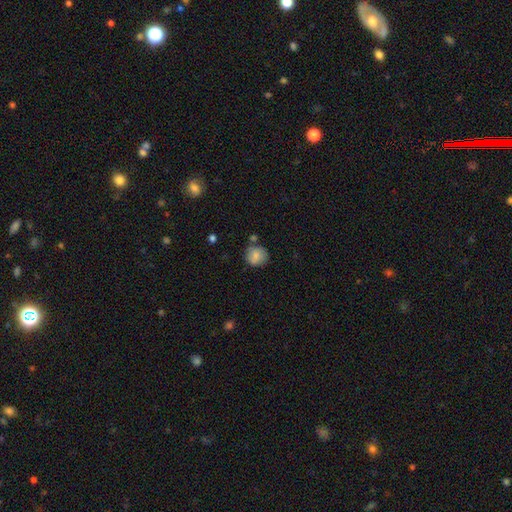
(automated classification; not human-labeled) Morphology: type=smooth (78%); roundness=round (85%); merging=none (68%).